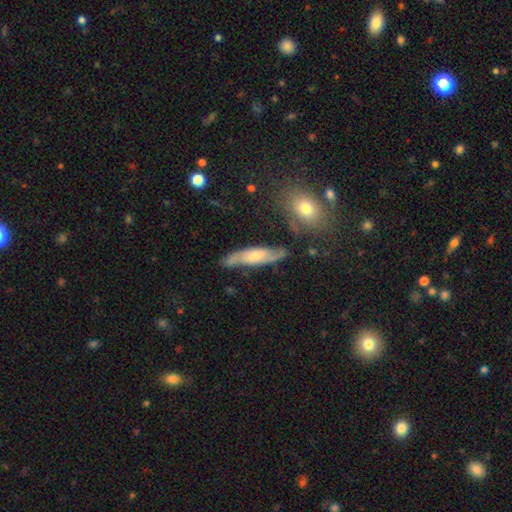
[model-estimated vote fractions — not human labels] Smooth or featured: featured or disk — 61% (smooth — 32%)
Edge-on disk: no — 69% (yes — 31%)
Merging: none — 70% (minor disturbance — 20%)